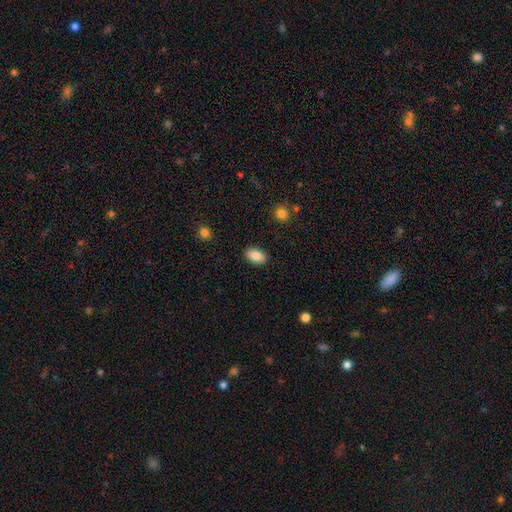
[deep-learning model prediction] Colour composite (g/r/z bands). It shows a smooth galaxy with no disk features (87%) that is in between round and cigar-shaped (92%). Merging: none (89%).